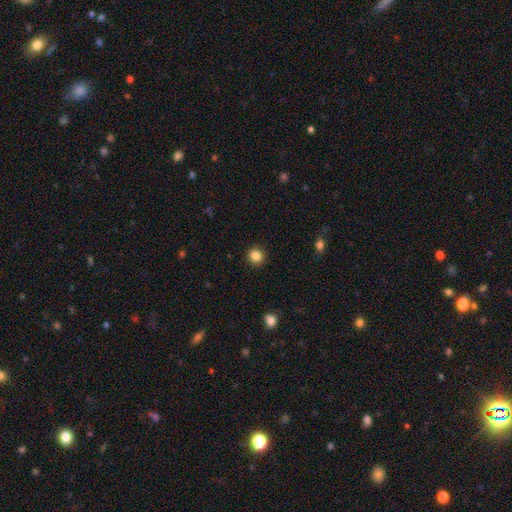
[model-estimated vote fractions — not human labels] A smooth galaxy with no disk features (85%) that is round (92%).

Vote fractions:
- Smooth or featured? smooth: 85% / star or artifact: 11% / featured or disk: 4%
- How rounded? round: 92% / in between: 7% / cigar-shaped: 1%
- Merging? none: 91% / minor disturbance: 6% / major disturbance: 2% / merger: 1%